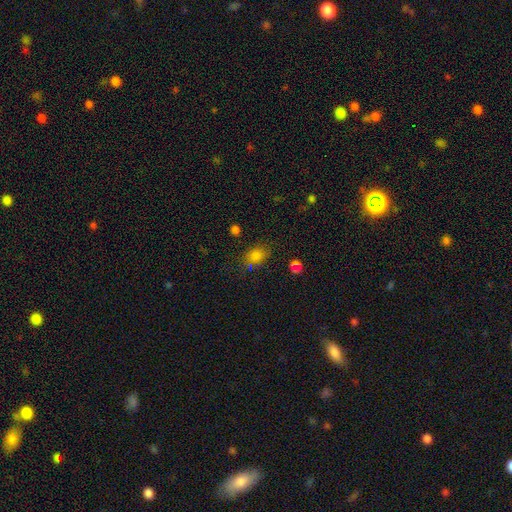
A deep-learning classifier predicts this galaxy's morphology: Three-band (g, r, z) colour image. It shows a smooth galaxy with no disk features (79%) that is in between round and cigar-shaped (64%). Merging: none (77%).